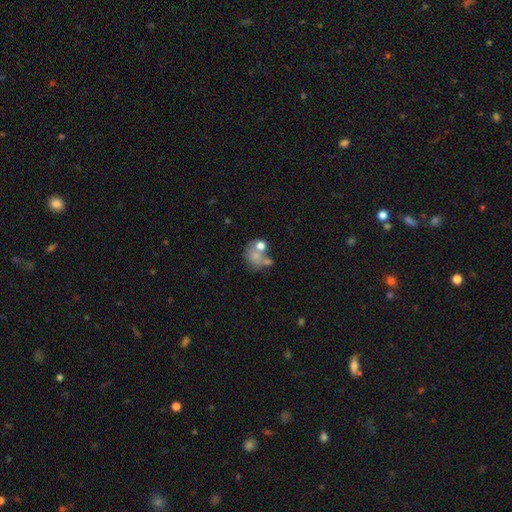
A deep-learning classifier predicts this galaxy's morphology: Smooth or featured?
  - smooth: 64% *
  - featured or disk: 24%
  - star or artifact: 12%
How rounded?
  - round: 56% *
  - in between: 43%
  - cigar-shaped: 1%
Merging?
  - merger: 43% *
  - none: 30%
  - minor disturbance: 13%
  - major disturbance: 13%